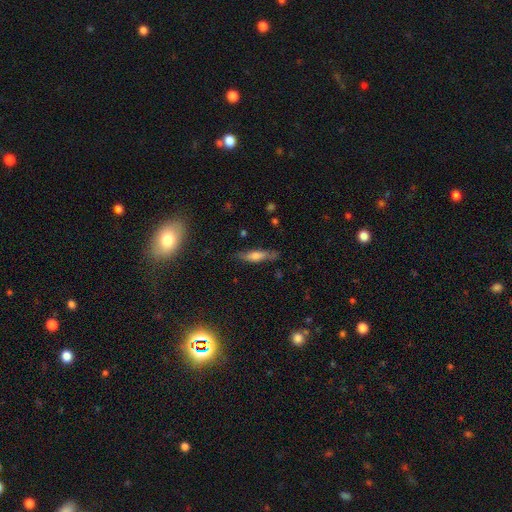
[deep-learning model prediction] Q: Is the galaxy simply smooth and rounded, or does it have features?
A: smooth — 55%.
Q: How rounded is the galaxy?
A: cigar-shaped — 72%.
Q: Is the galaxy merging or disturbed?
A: none — 77%.